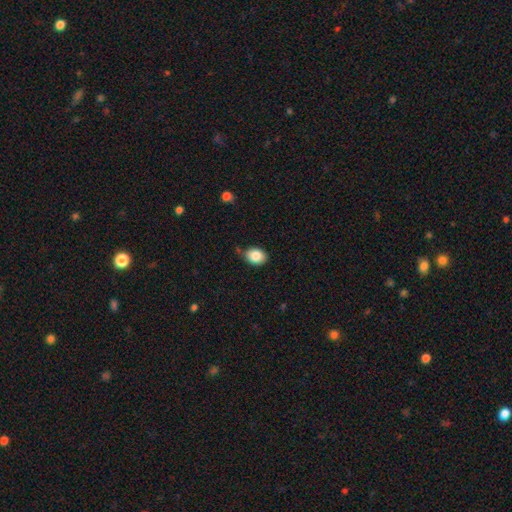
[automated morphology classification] Smooth or featured?
  - smooth: 85% *
  - star or artifact: 8%
  - featured or disk: 6%
How rounded?
  - in between: 59% *
  - round: 40%
  - cigar-shaped: 1%
Merging?
  - none: 70% *
  - minor disturbance: 22%
  - major disturbance: 4%
  - merger: 4%